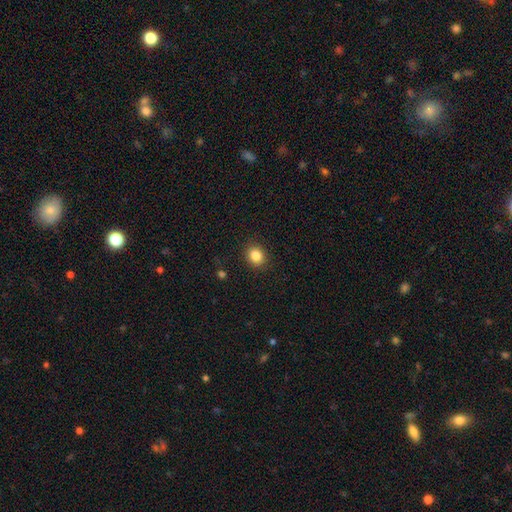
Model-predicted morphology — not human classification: The model was most divided on "how rounded": round: 71%, in between: 28%, cigar-shaped: 1%. More confident: merging — none (90%); smooth or featured — smooth (85%).